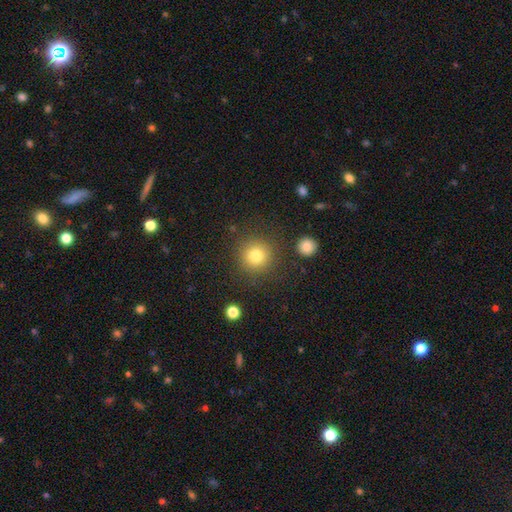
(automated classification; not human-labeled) Smooth or featured?
  - smooth: 81% *
  - star or artifact: 12%
  - featured or disk: 7%
How rounded?
  - round: 94% *
  - in between: 5%
  - cigar-shaped: 1%
Merging?
  - none: 86% *
  - minor disturbance: 7%
  - major disturbance: 4%
  - merger: 3%